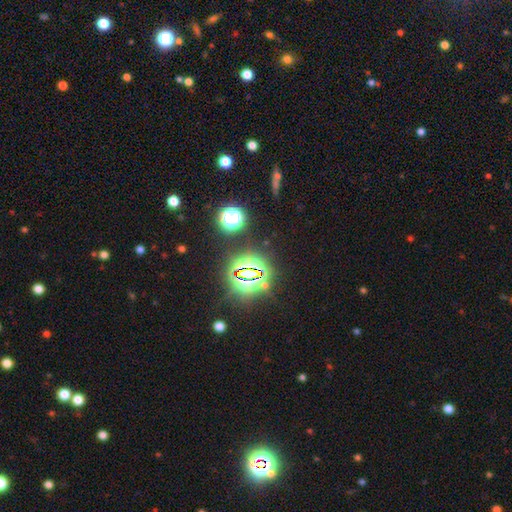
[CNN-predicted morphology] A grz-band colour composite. It shows a star or artifact, not a galaxy (84%).